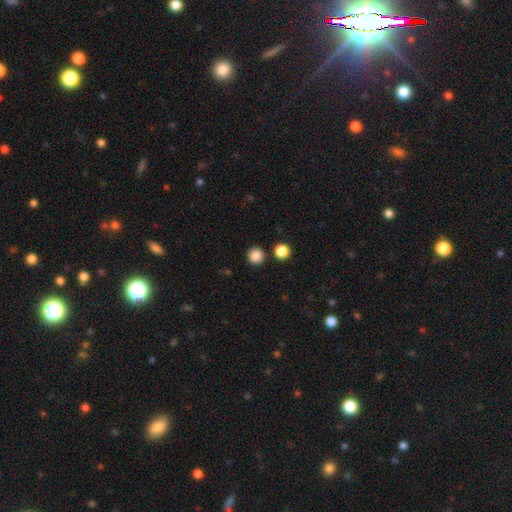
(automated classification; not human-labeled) smooth_or_featured: smooth (p=0.87) [alt: star or artifact p=0.10]
how_rounded: round (p=0.95) [alt: in between p=0.04]
merging: none (p=0.89) [alt: minor disturbance p=0.05]